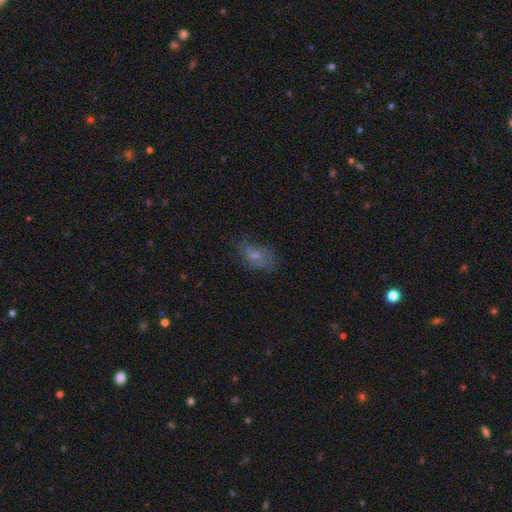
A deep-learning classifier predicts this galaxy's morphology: A smooth galaxy with no disk features (47%).

Vote fractions:
- Smooth or featured? smooth: 47% / featured or disk: 40% / star or artifact: 13%
- Merging? none: 57% / minor disturbance: 25% / major disturbance: 16% / merger: 2%